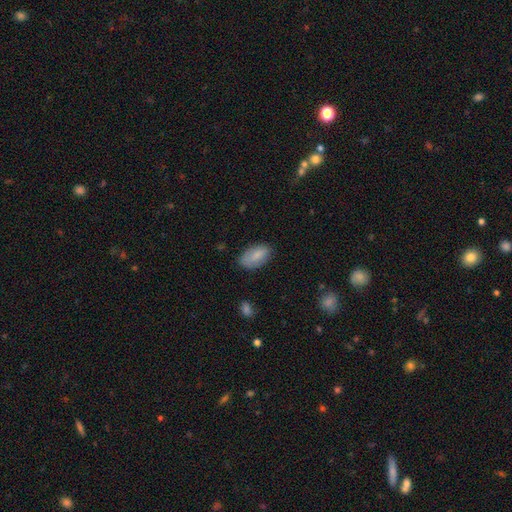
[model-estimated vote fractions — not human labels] smooth_or_featured: smooth (p=0.84) [alt: featured or disk p=0.09]
how_rounded: in between (p=0.93) [alt: cigar-shaped p=0.04]
merging: none (p=0.77) [alt: minor disturbance p=0.18]